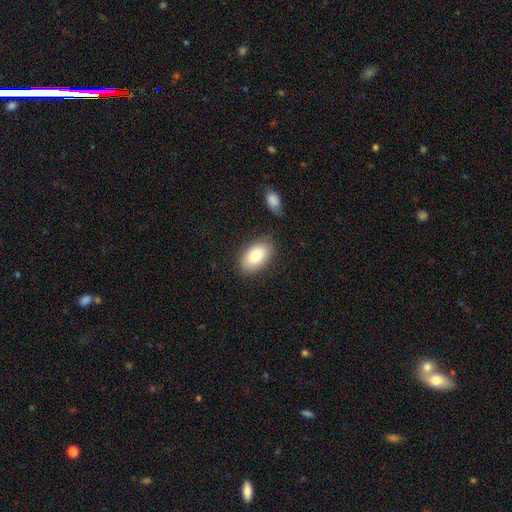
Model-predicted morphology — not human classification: type=smooth (85%); roundness=in between (93%); merging=none (79%).